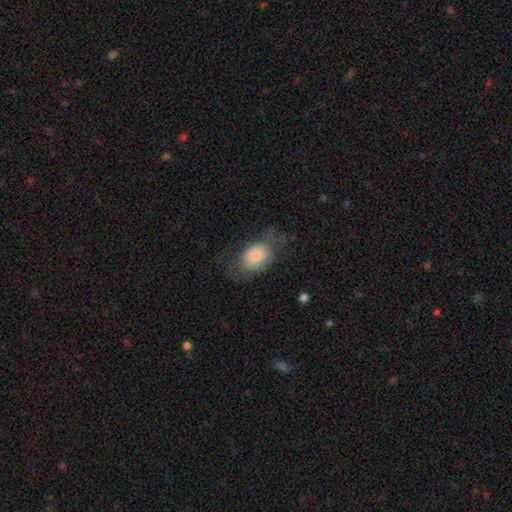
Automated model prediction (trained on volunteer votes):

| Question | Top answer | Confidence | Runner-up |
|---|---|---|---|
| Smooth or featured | smooth | 75% | featured or disk (18%) |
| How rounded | in between | 78% | round (20%) |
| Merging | none | 42% | minor disturbance (29%) |